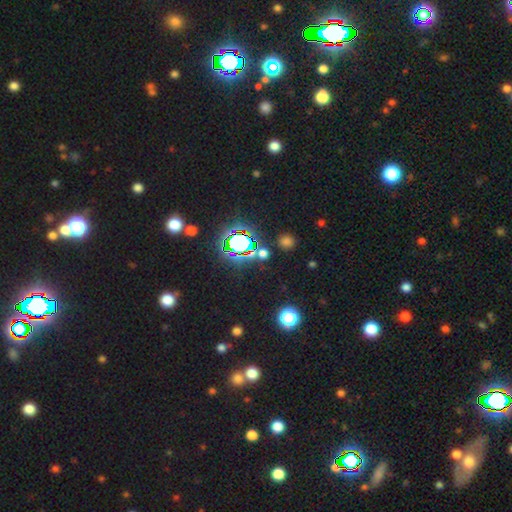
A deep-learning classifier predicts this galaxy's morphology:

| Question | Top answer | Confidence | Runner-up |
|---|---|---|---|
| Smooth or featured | star or artifact | 79% | smooth (14%) |